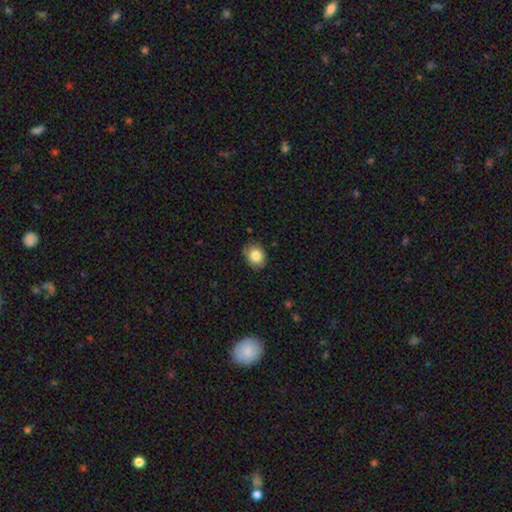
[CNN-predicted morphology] A smooth galaxy with no disk features (83%) that is round (58%).

Vote fractions:
- Smooth or featured? smooth: 83% / star or artifact: 9% / featured or disk: 8%
- How rounded? round: 58% / in between: 41% / cigar-shaped: 1%
- Merging? none: 83% / minor disturbance: 14% / major disturbance: 2% / merger: 1%